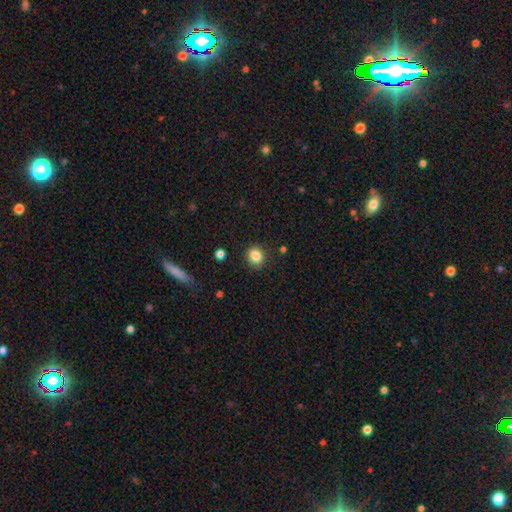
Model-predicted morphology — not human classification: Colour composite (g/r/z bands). It shows a smooth galaxy with no disk features (85%) that is round (74%). Merging: none (85%).